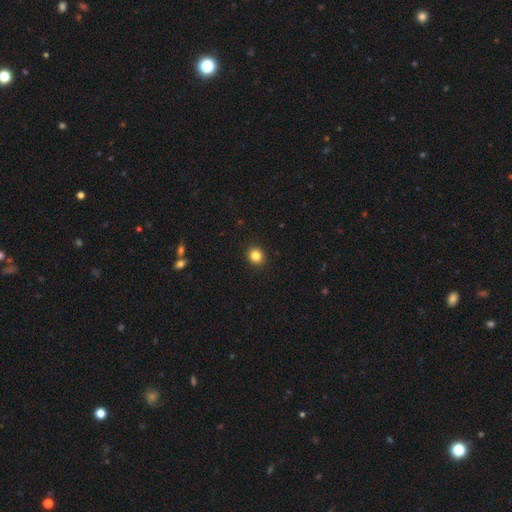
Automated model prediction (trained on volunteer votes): Q: Smooth or featured?
A: smooth (84%); runner-up: star or artifact (11%)
Q: How rounded?
A: round (81%); runner-up: in between (18%)
Q: Merging?
A: none (92%); runner-up: minor disturbance (5%)